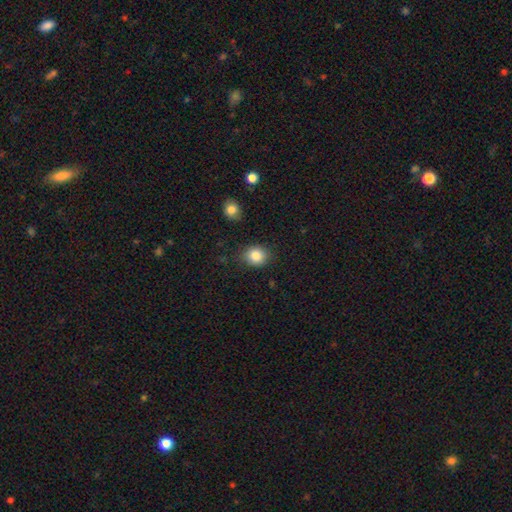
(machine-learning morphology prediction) The model was most divided on "how rounded": round: 69%, in between: 30%, cigar-shaped: 1%. More confident: smooth or featured — smooth (86%); merging — none (82%).